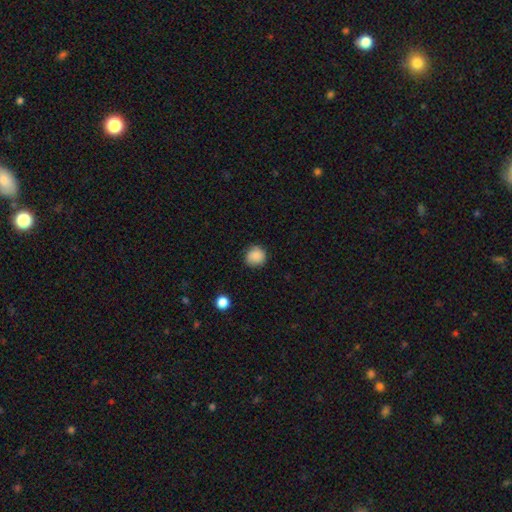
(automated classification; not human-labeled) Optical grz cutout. It shows a smooth galaxy with no disk features (86%) that is round (91%). Merging: none (85%).